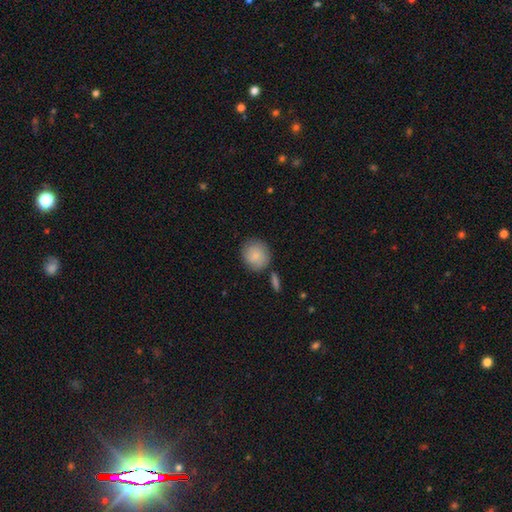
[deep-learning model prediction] This appears to be a smooth galaxy with no disk features (86%) that is round (86%). Merging: none (78%).